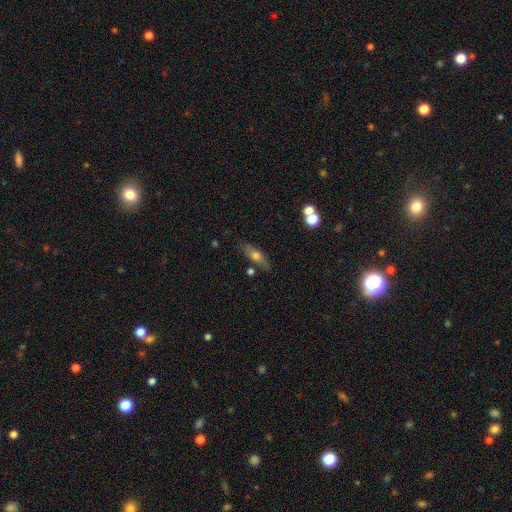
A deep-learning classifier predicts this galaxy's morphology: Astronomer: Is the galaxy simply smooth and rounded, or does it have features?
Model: smooth — 54% (runner-up: featured or disk, 37%).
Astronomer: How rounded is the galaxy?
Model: cigar-shaped — 49% (runner-up: in between, 47%).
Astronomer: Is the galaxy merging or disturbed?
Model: none — 77%.